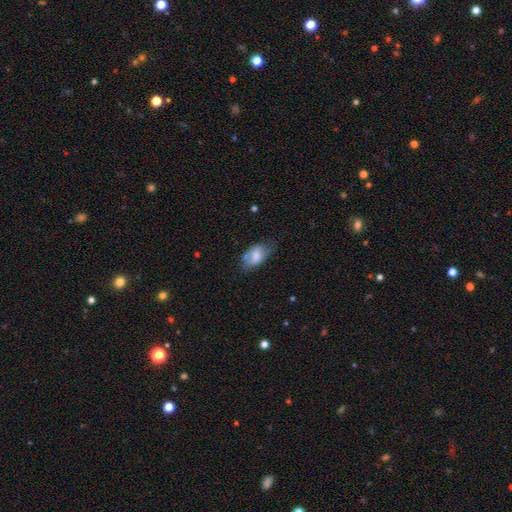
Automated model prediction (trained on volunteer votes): This is likely a smooth galaxy (66%). How rounded: clearly in between (91%). Merging: possibly none (47%).